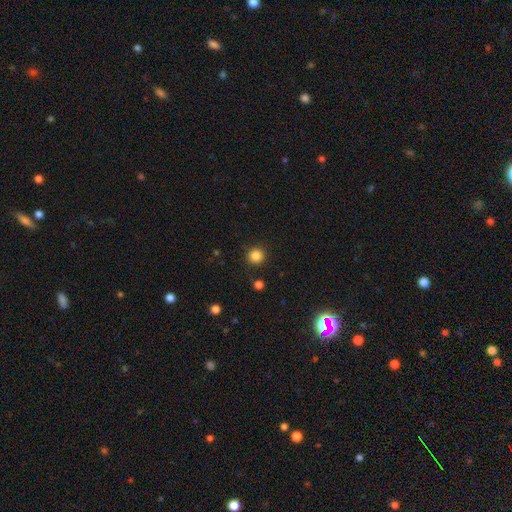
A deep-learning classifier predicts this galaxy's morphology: Overall: smooth (85%). How rounded: round (94%). Merging: none (90%).